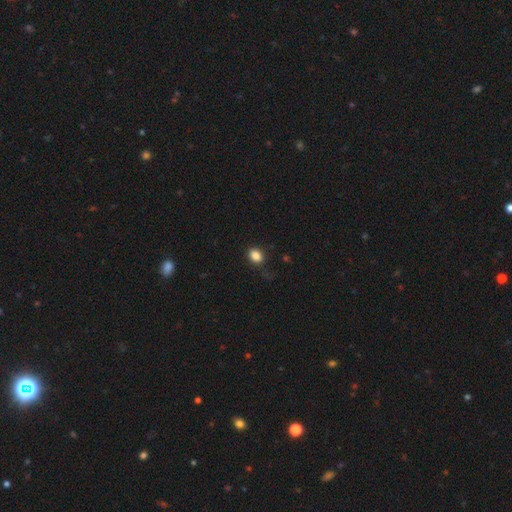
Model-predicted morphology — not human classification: A smooth galaxy with no disk features (86%) that is in between round and cigar-shaped (64%).

Vote fractions:
- Smooth or featured? smooth: 86% / star or artifact: 10% / featured or disk: 4%
- How rounded? in between: 64% / round: 35% / cigar-shaped: 1%
- Merging? none: 83% / minor disturbance: 12% / major disturbance: 4% / merger: 1%